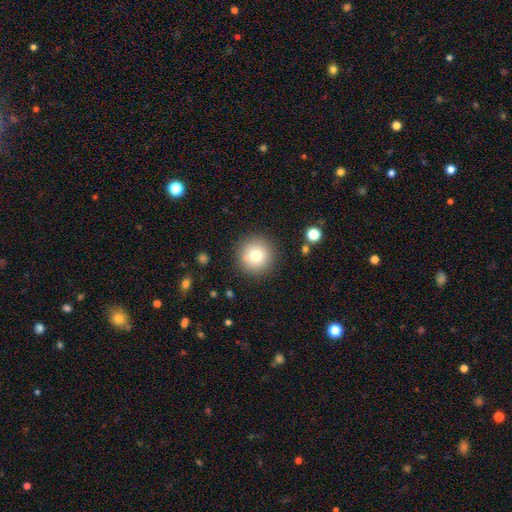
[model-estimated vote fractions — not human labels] Smooth or featured?
  - smooth: 77% *
  - featured or disk: 12%
  - star or artifact: 11%
How rounded?
  - round: 96% *
  - in between: 4%
  - cigar-shaped: 1%
Merging?
  - none: 89% *
  - minor disturbance: 7%
  - major disturbance: 2%
  - merger: 1%